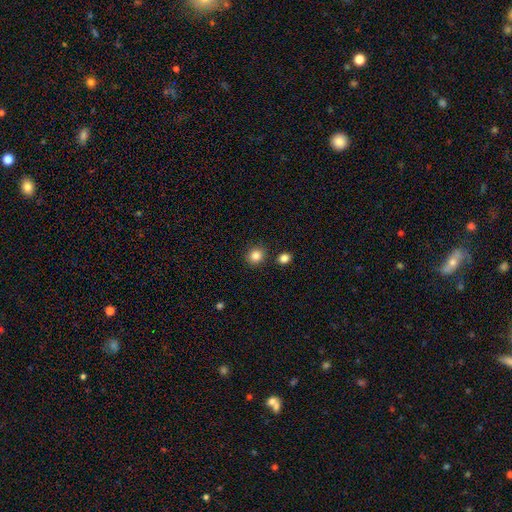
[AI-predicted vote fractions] smooth_or_featured: smooth (p=0.86) [alt: star or artifact p=0.10]
how_rounded: round (p=0.89) [alt: in between p=0.10]
merging: none (p=0.87) [alt: minor disturbance p=0.07]